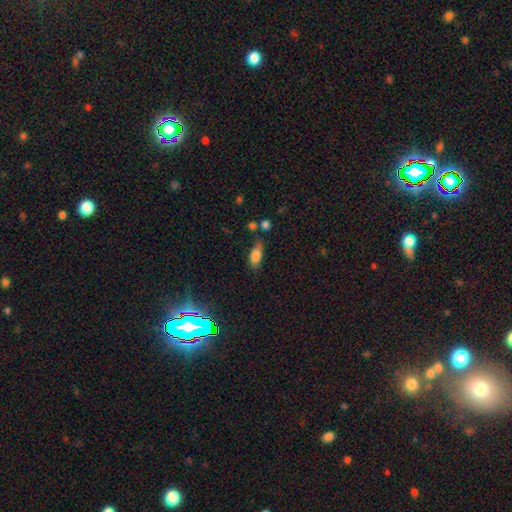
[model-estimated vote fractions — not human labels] Smooth or featured?
  - smooth: 76% *
  - featured or disk: 13%
  - star or artifact: 10%
How rounded?
  - in between: 82% *
  - cigar-shaped: 14%
  - round: 5%
Merging?
  - none: 63% *
  - minor disturbance: 23%
  - merger: 7%
  - major disturbance: 7%